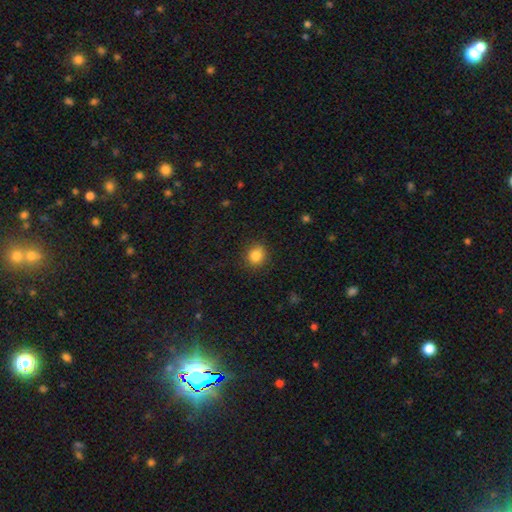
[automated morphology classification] A smooth galaxy with no disk features (84%) that is round (81%).

Vote fractions:
- Smooth or featured? smooth: 84% / star or artifact: 11% / featured or disk: 5%
- How rounded? round: 81% / in between: 18% / cigar-shaped: 1%
- Merging? none: 87% / minor disturbance: 10% / major disturbance: 3% / merger: 1%